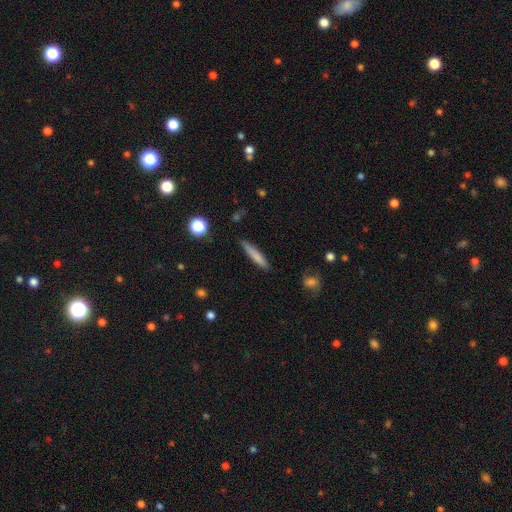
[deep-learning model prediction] Overall: smooth (77%). How rounded: cigar-shaped (91%). Merging: none (84%).